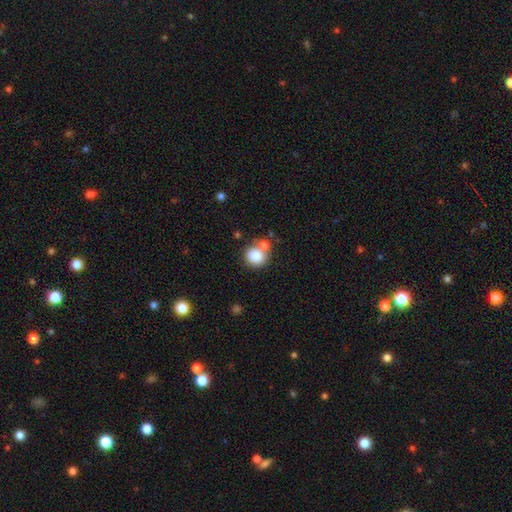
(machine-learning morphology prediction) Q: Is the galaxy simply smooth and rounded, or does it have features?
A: smooth — 82%.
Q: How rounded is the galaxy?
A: round — 85%.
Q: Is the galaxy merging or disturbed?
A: none — 57%.